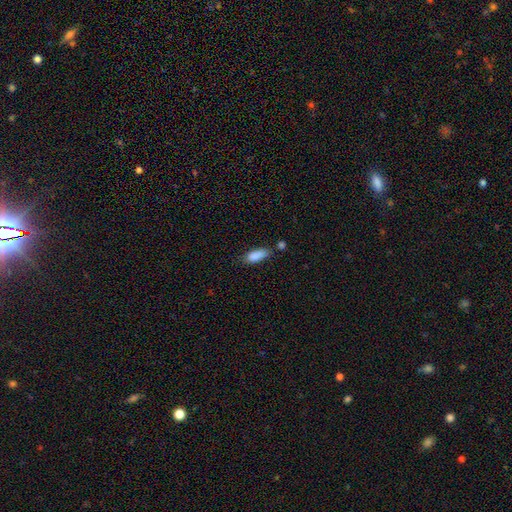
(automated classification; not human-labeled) Overall: smooth (87%). How rounded: in between (71%). Merging: none (58%; minor disturbance 24%).